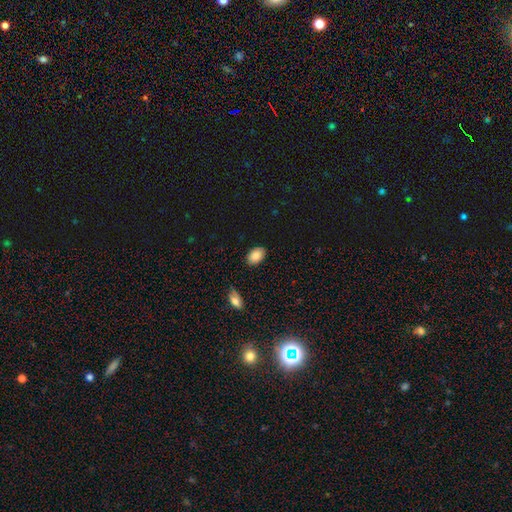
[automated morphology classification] Smooth or featured? Predicted: smooth (p=0.85). How rounded? Predicted: in between (p=0.87). Merging? Predicted: none (p=0.84).